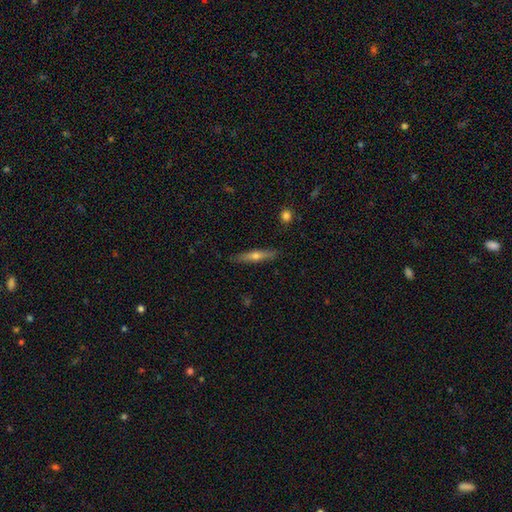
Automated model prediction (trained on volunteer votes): This is possibly a featured or disk galaxy (50%). It is clearly viewed edge-on (92%). Merging: clearly none (87%).